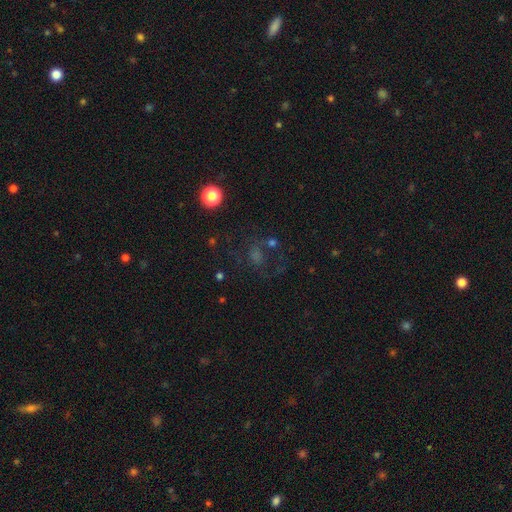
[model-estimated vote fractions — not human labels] Morphology: type=star or artifact (38%).